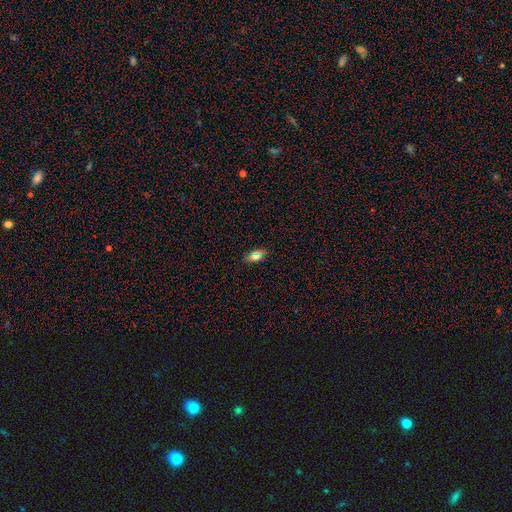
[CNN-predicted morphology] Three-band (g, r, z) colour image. It shows a smooth galaxy with no disk features (70%) that is in between round and cigar-shaped (87%). Merging: none (85%).